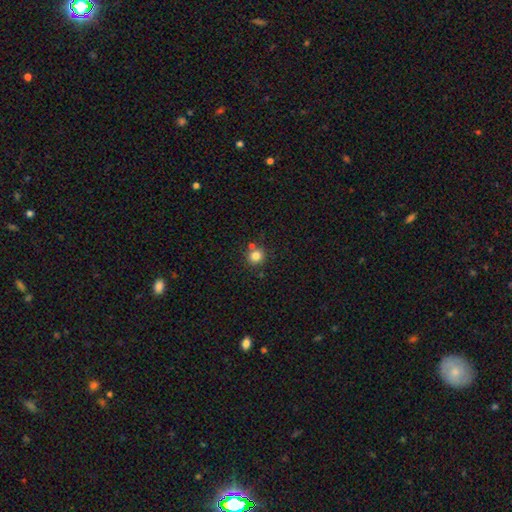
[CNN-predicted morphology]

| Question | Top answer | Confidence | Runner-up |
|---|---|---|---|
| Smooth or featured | smooth | 82% | star or artifact (12%) |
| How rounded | round | 90% | in between (9%) |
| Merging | none | 74% | merger (14%) |